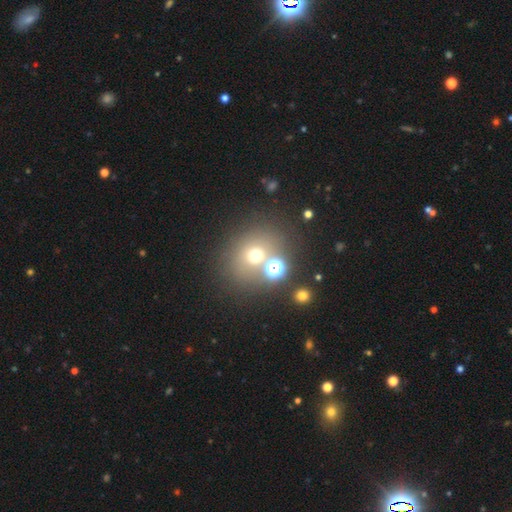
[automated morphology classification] Smooth or featured? smooth (63%)
How rounded? round (72%)
Merging? none (61%)